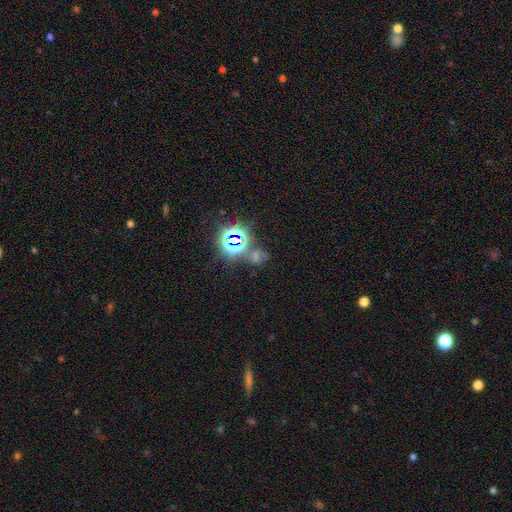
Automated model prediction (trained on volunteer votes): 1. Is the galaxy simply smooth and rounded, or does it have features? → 70% star or artifact, 20% smooth, 10% featured or disk.